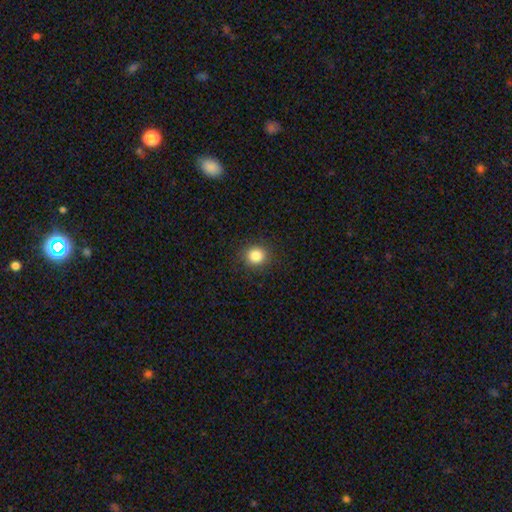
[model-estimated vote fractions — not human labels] Q: Smooth or featured?
A: smooth (85%); runner-up: star or artifact (11%)
Q: How rounded?
A: round (89%); runner-up: in between (10%)
Q: Merging?
A: none (90%); runner-up: minor disturbance (6%)